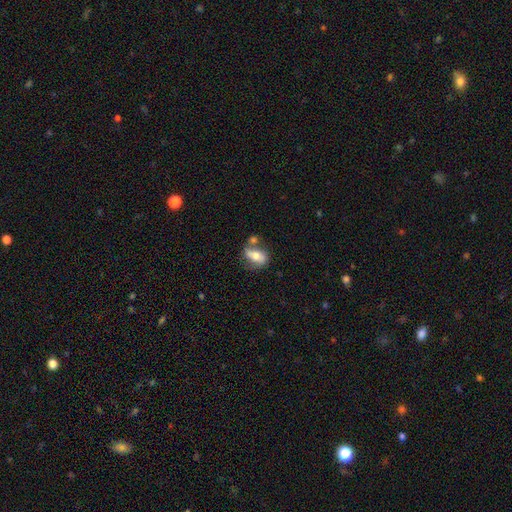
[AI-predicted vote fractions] smooth-or-featured: smooth: 61% | featured or disk: 32% | star or artifact: 8%
  how-rounded: in between: 81% | round: 11% | cigar-shaped: 8%
  merging: none: 47% | merger: 25% | minor disturbance: 19% | major disturbance: 8%